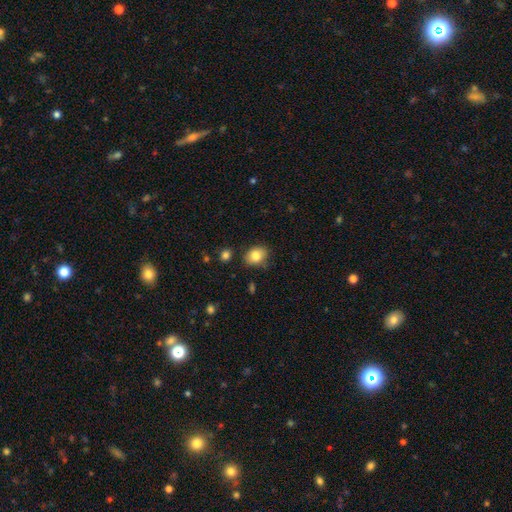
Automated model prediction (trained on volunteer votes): smooth_or_featured: smooth (p=0.83) [alt: star or artifact p=0.09]
how_rounded: in between (p=0.57) [alt: round p=0.42]
merging: none (p=0.80) [alt: minor disturbance p=0.15]